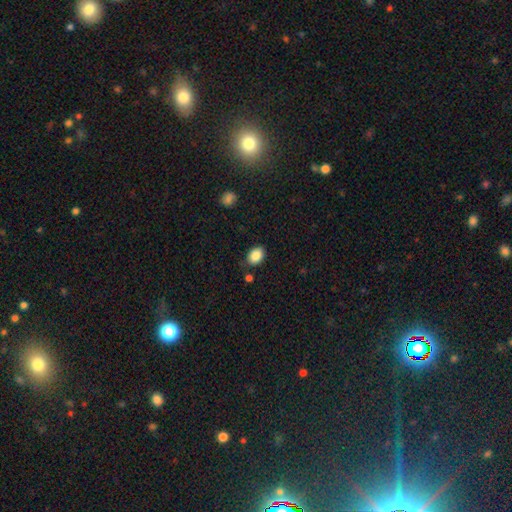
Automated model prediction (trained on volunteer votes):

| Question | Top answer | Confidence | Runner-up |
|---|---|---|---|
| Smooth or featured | smooth | 87% | star or artifact (8%) |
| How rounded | in between | 75% | round (24%) |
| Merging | none | 82% | minor disturbance (12%) |